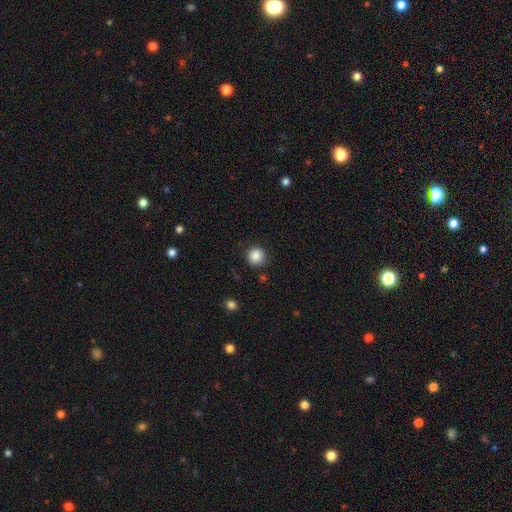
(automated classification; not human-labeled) A smooth galaxy with no disk features (86%) that is round (93%).

Vote fractions:
- Smooth or featured? smooth: 86% / star or artifact: 10% / featured or disk: 3%
- How rounded? round: 93% / in between: 6% / cigar-shaped: 1%
- Merging? none: 85% / minor disturbance: 11% / major disturbance: 3% / merger: 2%